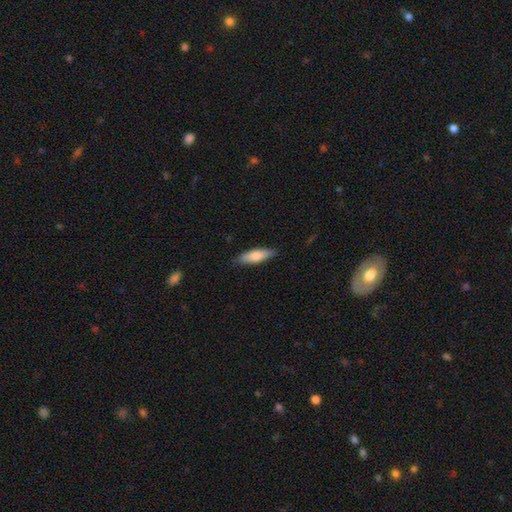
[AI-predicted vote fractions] A smooth galaxy with no disk features (73%) that is cigar-shaped (49%, tied with in between).

Vote fractions:
- Smooth or featured? smooth: 73% / featured or disk: 22% / star or artifact: 5%
- How rounded? cigar-shaped: 49% (tied) / in between: 49% (tied) / round: 2%
- Merging? none: 85% / minor disturbance: 12% / major disturbance: 2% / merger: 1%